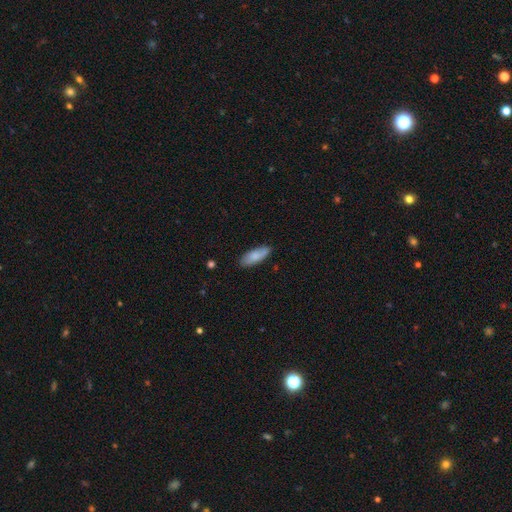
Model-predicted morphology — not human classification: Smooth or featured? smooth (82%)
How rounded? in between (69%)
Merging? none (84%)